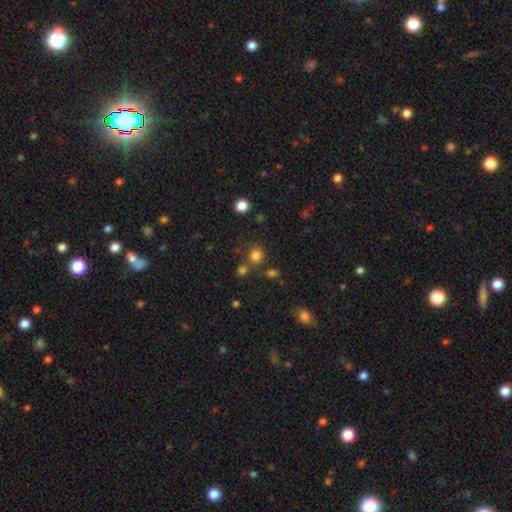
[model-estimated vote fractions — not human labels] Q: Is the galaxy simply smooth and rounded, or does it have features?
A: smooth — 78%.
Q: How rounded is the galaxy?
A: round — 81%.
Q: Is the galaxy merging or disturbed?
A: none — 72%.